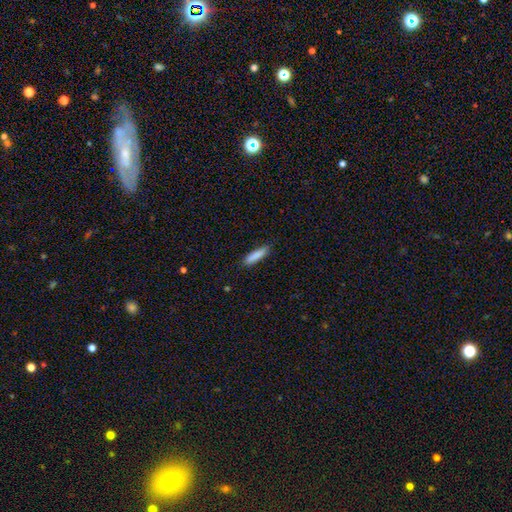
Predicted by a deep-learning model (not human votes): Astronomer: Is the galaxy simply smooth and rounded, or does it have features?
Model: smooth — 86%.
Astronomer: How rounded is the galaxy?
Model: cigar-shaped — 79%.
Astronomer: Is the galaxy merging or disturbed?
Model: none — 87%.